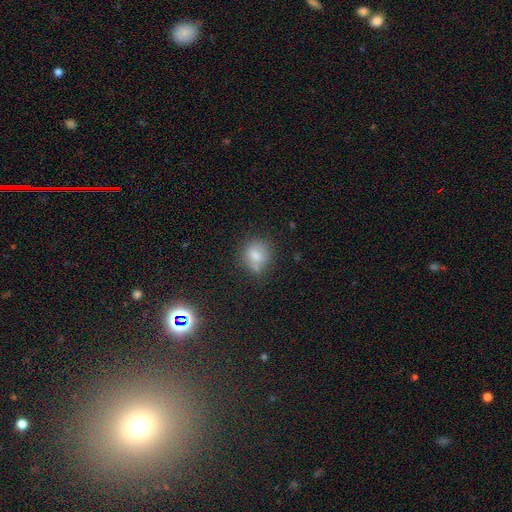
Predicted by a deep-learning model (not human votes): Overall: smooth (74%). How rounded: round (71%). Merging: none (58%; minor disturbance 21%).